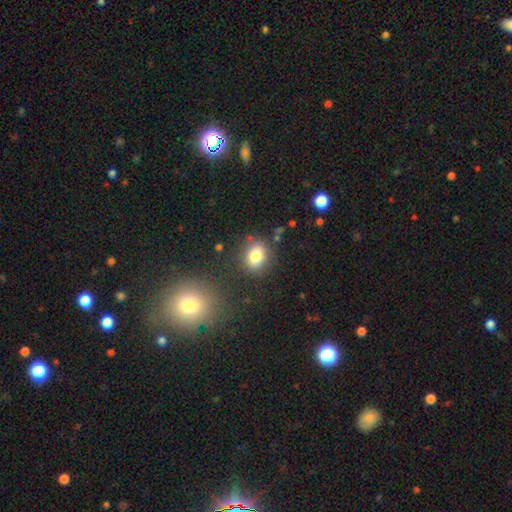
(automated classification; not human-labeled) This appears to be a smooth galaxy with no disk features (81%) that is in between round and cigar-shaped (52%). Merging: none (80%).